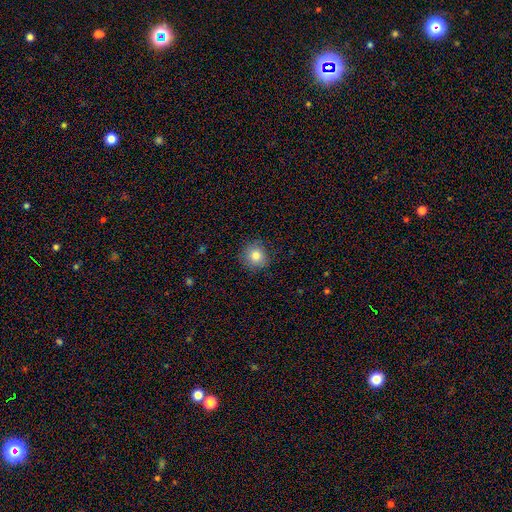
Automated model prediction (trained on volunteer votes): This appears to be a smooth galaxy with no disk features (82%) that is round (91%). Merging: none (85%).